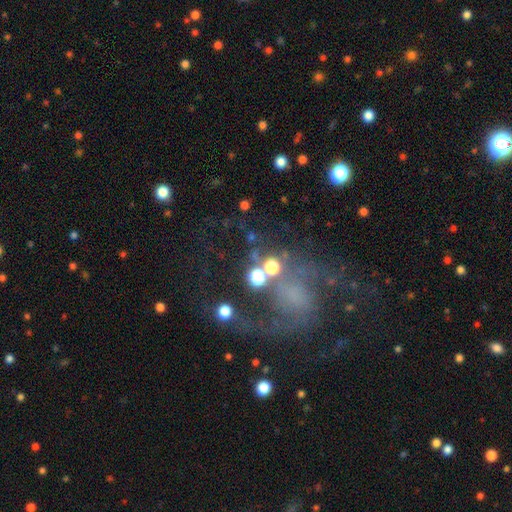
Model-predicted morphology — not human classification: type=featured or disk (75%); edge-on=no (98%); bar=no (51%); spiral arms=yes (92%); winding=medium (50%); arm count=2 (81%); bulge=small (40%); merging=none (55%).